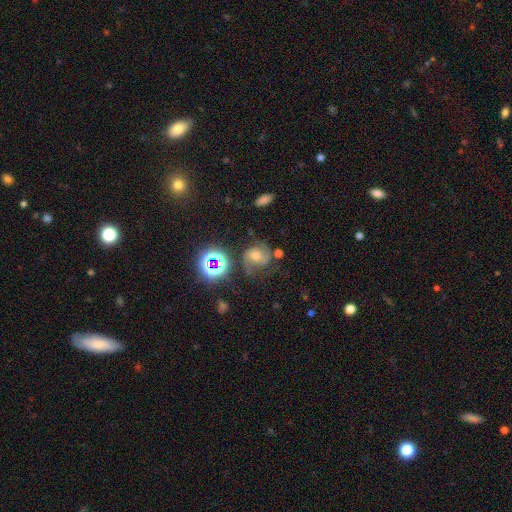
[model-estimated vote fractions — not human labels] Smooth or featured?
  - featured or disk: 61% *
  - star or artifact: 23%
  - smooth: 17%
Edge-on disk?
  - no: 97% *
  - yes: 3%
Bar?
  - no: 63% *
  - weak: 27%
  - strong: 9%
Spiral arms?
  - yes: 93% *
  - no: 7%
Spiral winding?
  - medium: 47% *
  - tight: 36%
  - loose: 16%
Spiral arm count?
  - 2: 69% *
  - can't tell: 12%
  - 1: 8%
  - 3: 7%
  - 4: 2%
  - more than 4: 2%
Bulge size?
  - moderate: 62% *
  - small: 28%
  - large: 6%
  - none: 2%
  - dominant: 2%
Merging?
  - none: 61% *
  - minor disturbance: 20%
  - major disturbance: 14%
  - merger: 5%